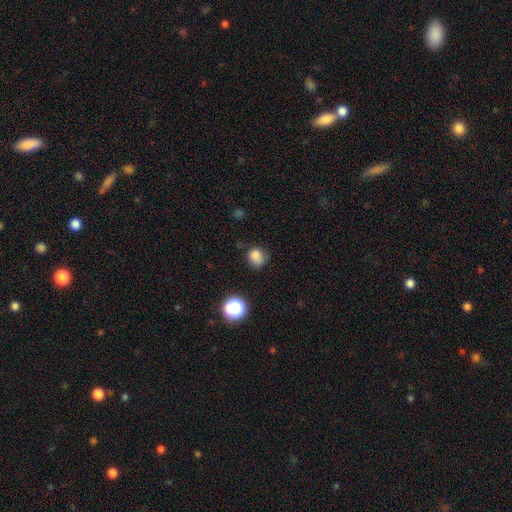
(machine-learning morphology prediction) smooth 80%, star or artifact 14%, featured or disk 6%. Down the decision tree: how rounded — round (73%); merging — none (64%).